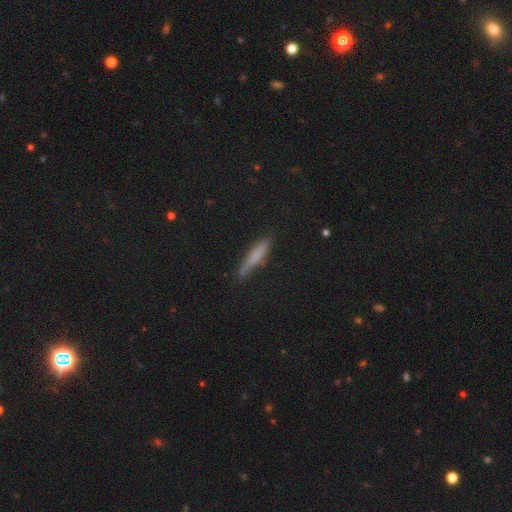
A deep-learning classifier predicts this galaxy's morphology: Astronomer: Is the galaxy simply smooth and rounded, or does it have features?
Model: smooth — 64%.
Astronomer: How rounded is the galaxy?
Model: cigar-shaped — 90%.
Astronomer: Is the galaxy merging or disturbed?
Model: none — 73%.